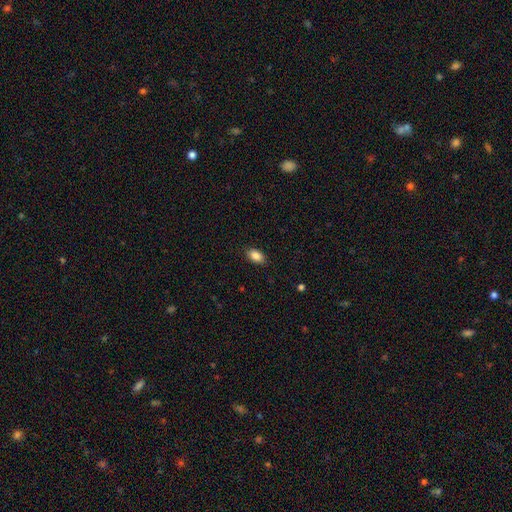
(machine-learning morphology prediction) Smooth or featured? smooth (87%)
How rounded? in between (91%)
Merging? none (88%)